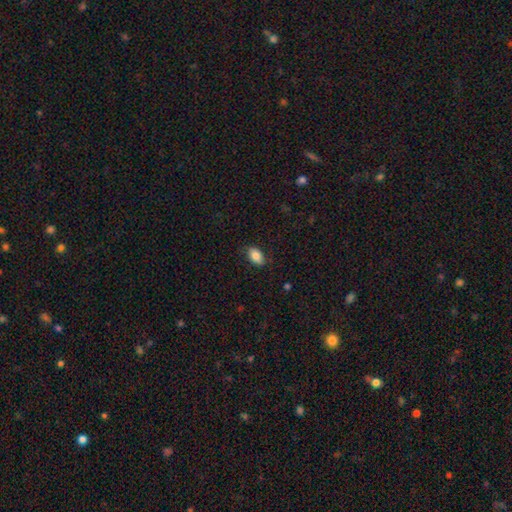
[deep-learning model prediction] Morphology: type=smooth (82%); roundness=in between (91%); merging=none (82%).